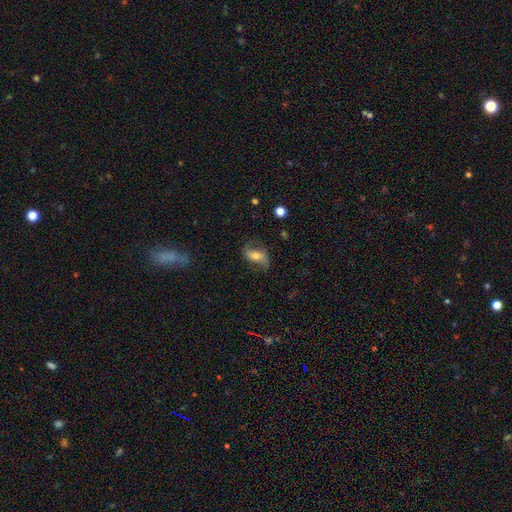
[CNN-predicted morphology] Smooth or featured? Predicted: featured or disk (p=0.49). Merging? Predicted: none (p=0.64).